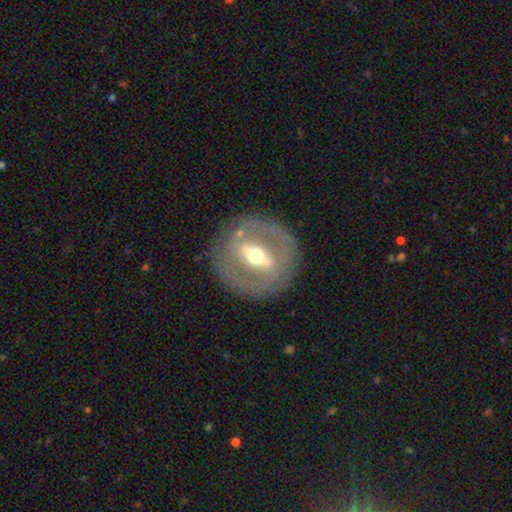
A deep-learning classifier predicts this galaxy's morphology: type=featured or disk (74%); edge-on=no (85%); bar=strong (61%); spiral arms=no (60%); bulge=moderate (67%); merging=none (84%).